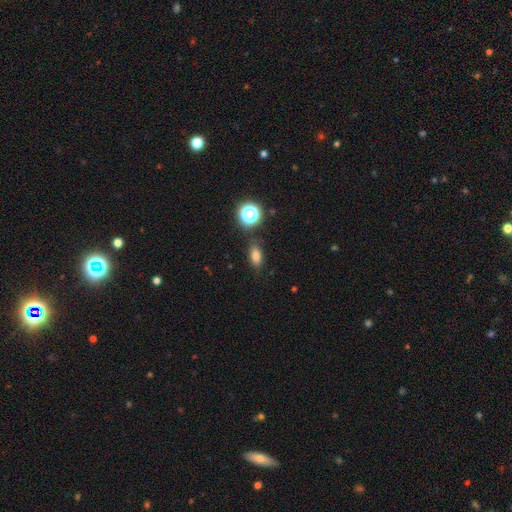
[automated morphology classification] Smooth or featured: smooth — 76% (star or artifact — 16%)
How rounded: in between — 79% (round — 14%)
Merging: none — 81% (minor disturbance — 13%)